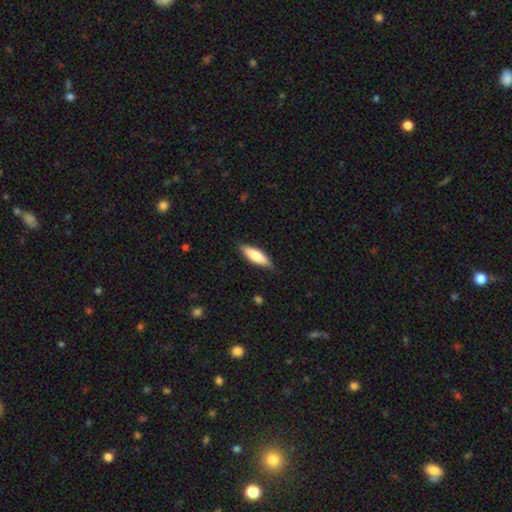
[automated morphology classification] Smooth or featured? smooth (73%)
How rounded? cigar-shaped (56%)
Merging? none (83%)